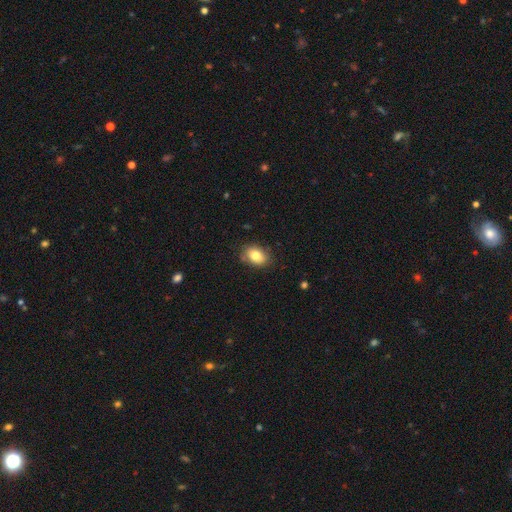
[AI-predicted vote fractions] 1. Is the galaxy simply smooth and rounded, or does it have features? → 82% smooth, 9% featured or disk, 8% star or artifact.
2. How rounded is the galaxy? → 78% in between, 20% round, 1% cigar-shaped.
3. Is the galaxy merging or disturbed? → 80% none, 15% minor disturbance, 3% major disturbance, 1% merger.